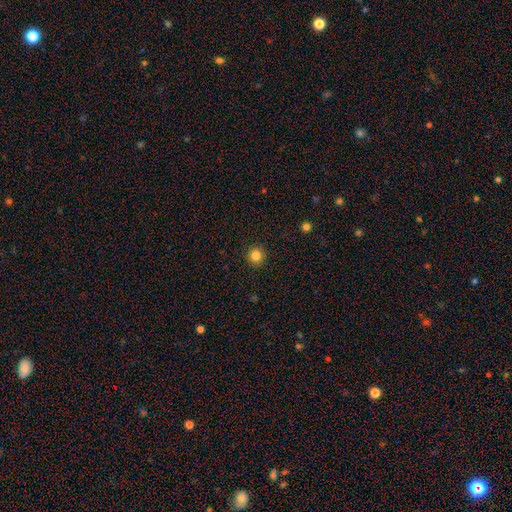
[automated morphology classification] Q: Smooth or featured?
A: smooth (84%); runner-up: star or artifact (11%)
Q: How rounded?
A: round (93%); runner-up: in between (6%)
Q: Merging?
A: none (92%); runner-up: minor disturbance (5%)